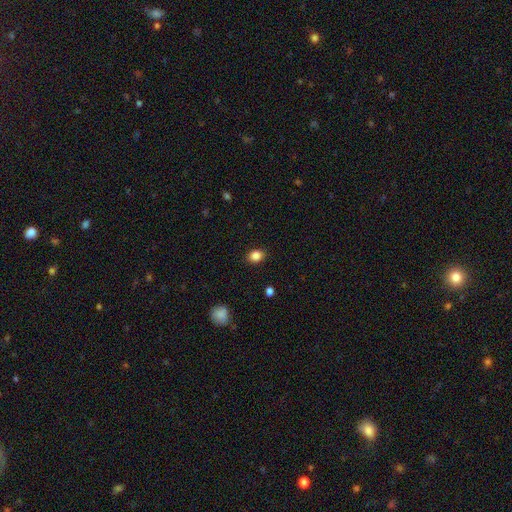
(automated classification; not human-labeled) This appears to be a smooth galaxy with no disk features (86%) that is in between round and cigar-shaped (60%). Merging: none (88%).